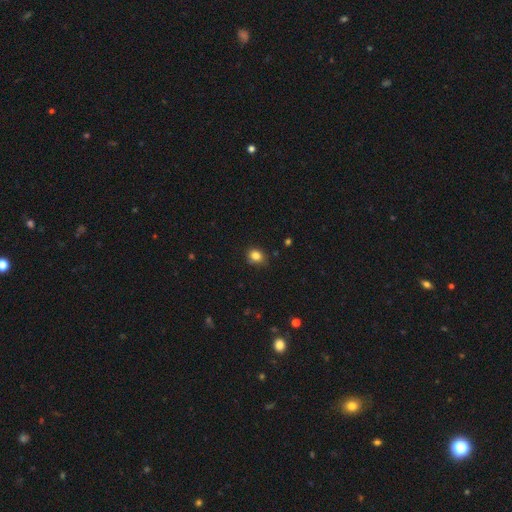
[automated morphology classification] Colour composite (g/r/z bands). It shows a smooth galaxy with no disk features (83%) that is round (64%). Merging: none (80%).